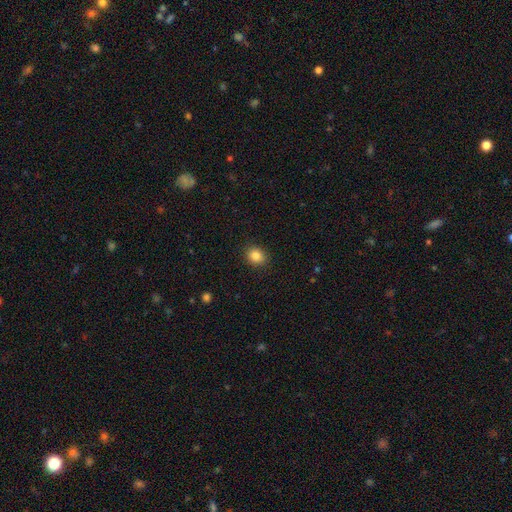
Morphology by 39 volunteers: A smooth galaxy with no disk features (97%) that is round (84%).

Vote fractions:
- Smooth or featured? smooth: 97% / star or artifact: 3% / featured or disk: 0%
- How rounded? round: 84% / in between: 16% / cigar-shaped: 0%
- Merging? none: 84% / minor disturbance: 11% / major disturbance: 3% / merger: 3%